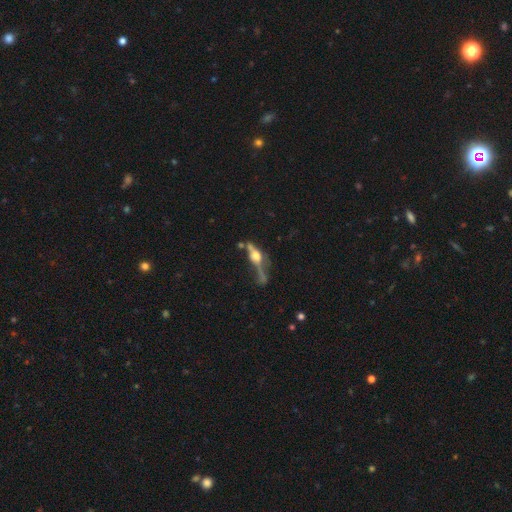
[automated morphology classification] The model was most divided on "merging": none: 41%, major disturbance: 22%, minor disturbance: 18%, merger: 18%. More confident: edge-on bulge — rounded (89%); edge-on disk — yes (81%); smooth or featured — featured or disk (65%).